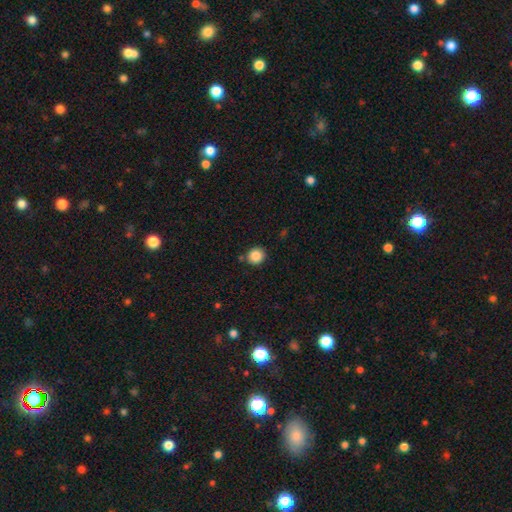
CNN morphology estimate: Smooth or featured? Predicted: smooth (p=0.86). How rounded? Predicted: round (p=0.89). Merging? Predicted: none (p=0.85).